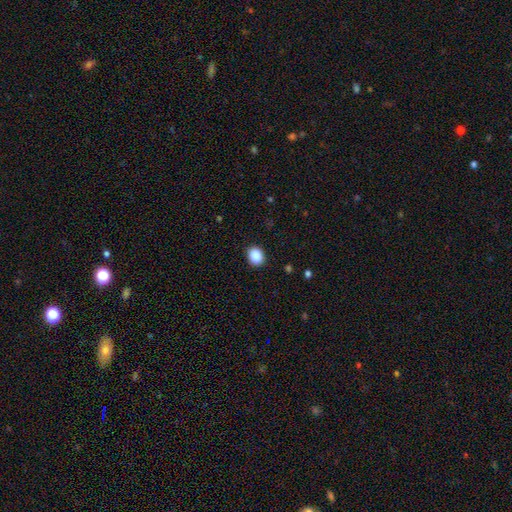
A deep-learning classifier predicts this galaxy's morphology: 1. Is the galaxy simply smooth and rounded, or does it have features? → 89% smooth, 9% star or artifact, 3% featured or disk.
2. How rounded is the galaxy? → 50% round, 49% in between, 1% cigar-shaped.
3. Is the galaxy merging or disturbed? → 88% none, 8% minor disturbance, 2% major disturbance, 1% merger.